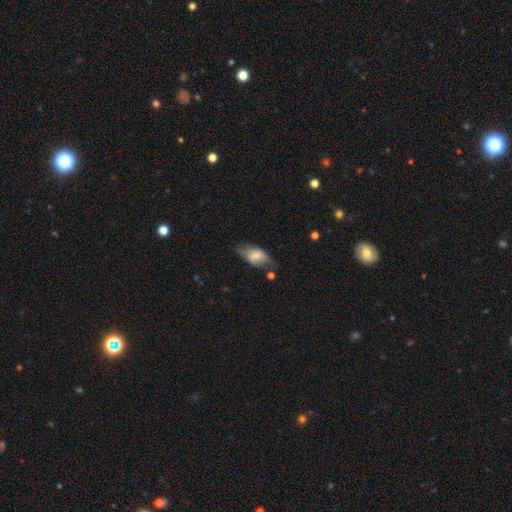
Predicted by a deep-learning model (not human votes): Smooth or featured: smooth — 56% (featured or disk — 36%)
How rounded: in between — 86% (round — 8%)
Merging: none — 47% (minor disturbance — 33%)